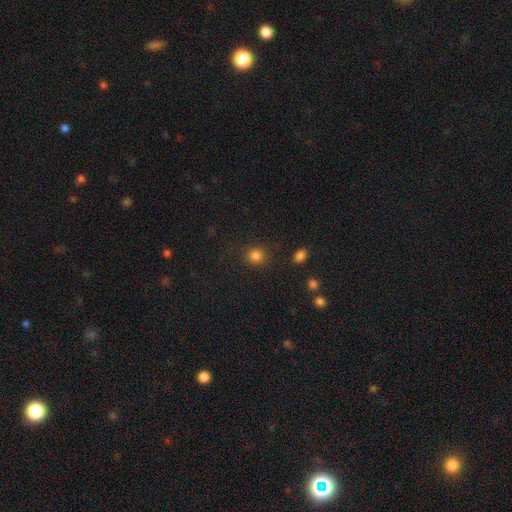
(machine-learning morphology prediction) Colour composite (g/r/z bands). It shows a smooth galaxy with no disk features (83%) that is round (87%). Merging: none (86%).